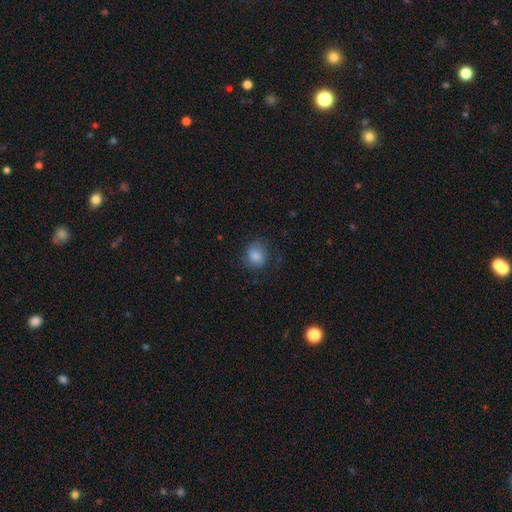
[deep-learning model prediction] This is clearly a smooth galaxy (82%). How rounded: likely round (70%). Merging: likely none (70%).